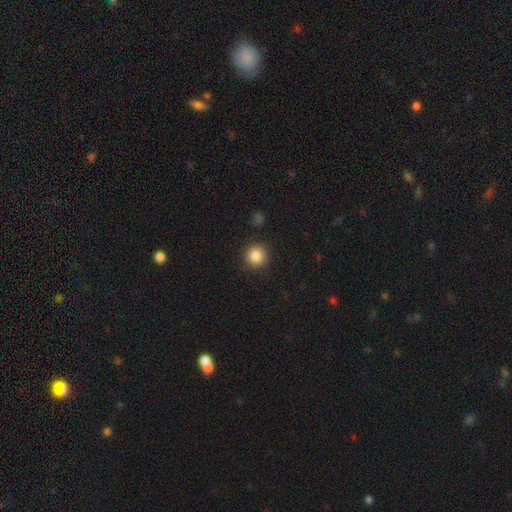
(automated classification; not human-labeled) smooth 86%, star or artifact 10%, featured or disk 4%. Down the decision tree: how rounded — round (94%); merging — none (90%).